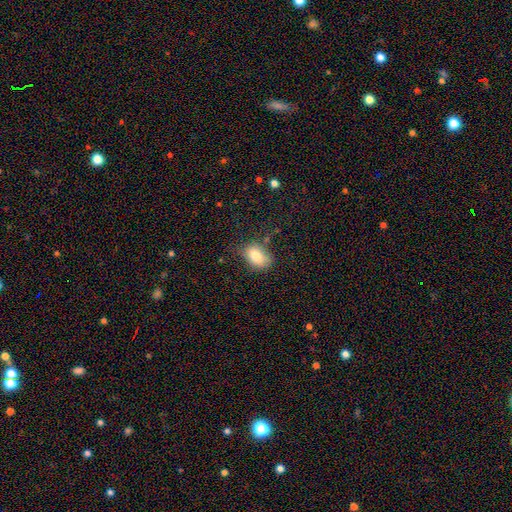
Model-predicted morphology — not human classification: smooth_or_featured: smooth (p=0.80) [alt: featured or disk p=0.11]
how_rounded: in between (p=0.83) [alt: round p=0.15]
merging: none (p=0.62) [alt: minor disturbance p=0.26]